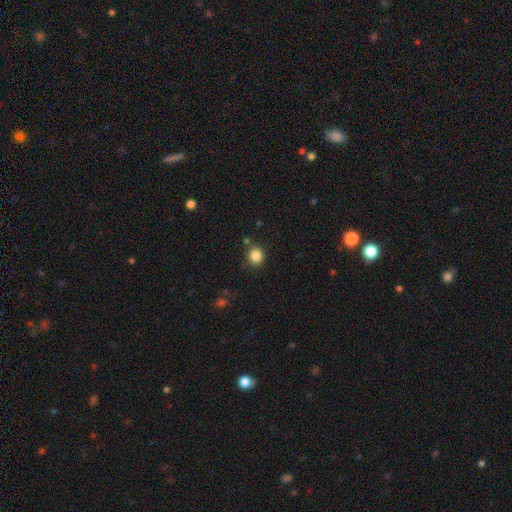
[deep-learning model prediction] This is clearly a smooth galaxy (85%). How rounded: clearly round (88%). Merging: clearly none (83%).